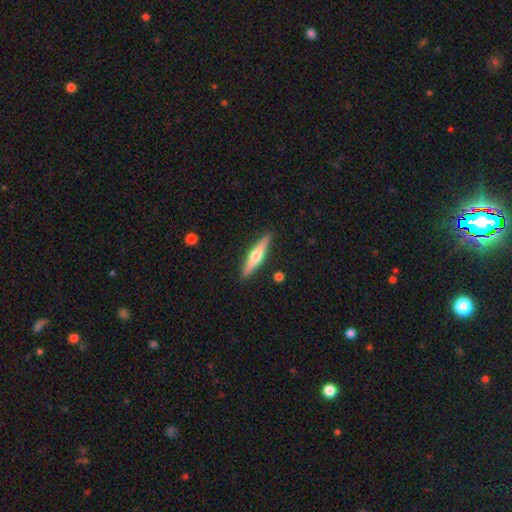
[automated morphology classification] A featured or disk galaxy (55%) viewed edge-on (95%) with a rounded central bulge (91%).

Vote fractions:
- Smooth or featured? featured or disk: 55% / smooth: 40% / star or artifact: 5%
- Edge-on disk? yes: 95% / no: 5%
- Edge-on bulge? rounded: 91% / none: 5% / boxy: 4%
- Merging? none: 90% / minor disturbance: 7% / major disturbance: 2% / merger: 2%